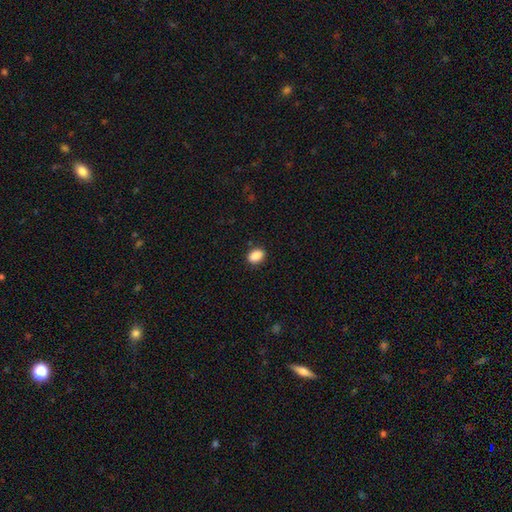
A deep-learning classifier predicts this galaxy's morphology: Smooth or featured?
  - smooth: 89% *
  - star or artifact: 8%
  - featured or disk: 3%
How rounded?
  - in between: 79% *
  - round: 19%
  - cigar-shaped: 1%
Merging?
  - none: 87% *
  - minor disturbance: 9%
  - major disturbance: 2%
  - merger: 1%